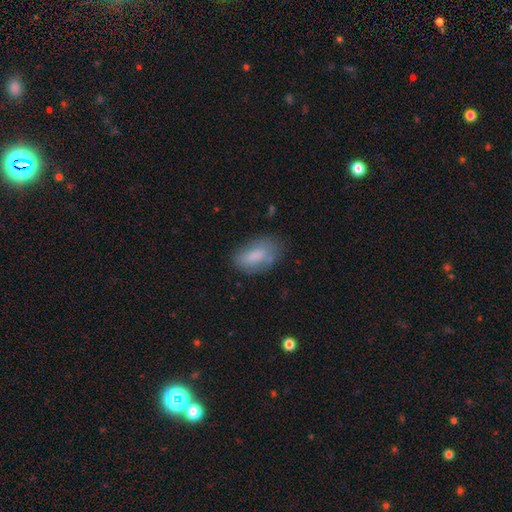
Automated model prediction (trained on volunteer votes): smooth_or_featured: smooth (p=0.77) [alt: featured or disk p=0.16]
how_rounded: in between (p=0.92) [alt: round p=0.04]
merging: none (p=0.65) [alt: minor disturbance p=0.24]